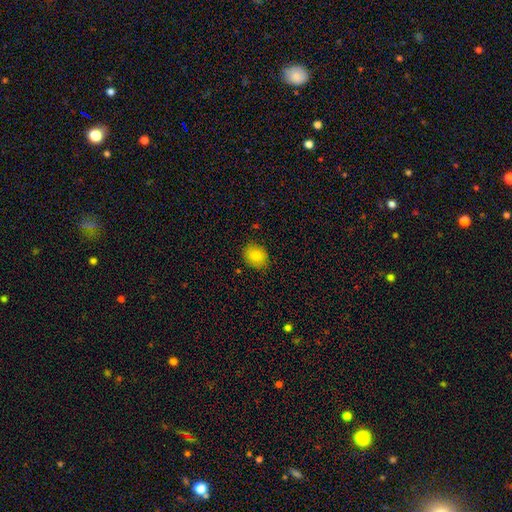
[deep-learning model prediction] This is clearly a smooth galaxy (83%). How rounded: possibly round (52%). Merging: clearly none (84%).